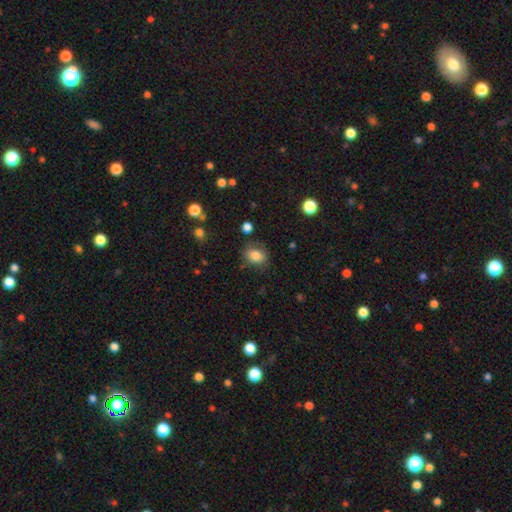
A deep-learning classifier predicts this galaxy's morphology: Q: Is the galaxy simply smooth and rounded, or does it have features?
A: smooth — 82%.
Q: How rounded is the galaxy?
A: in between — 58%.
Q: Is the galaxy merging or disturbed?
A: none — 78%.